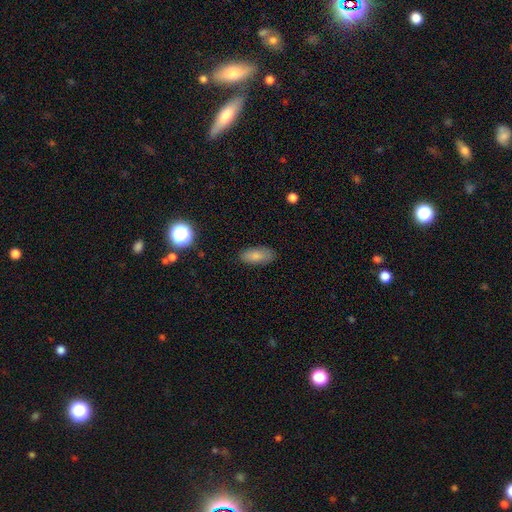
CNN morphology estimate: Smooth or featured: smooth — 82% (featured or disk — 10%)
How rounded: in between — 85% (cigar-shaped — 13%)
Merging: none — 84% (minor disturbance — 12%)